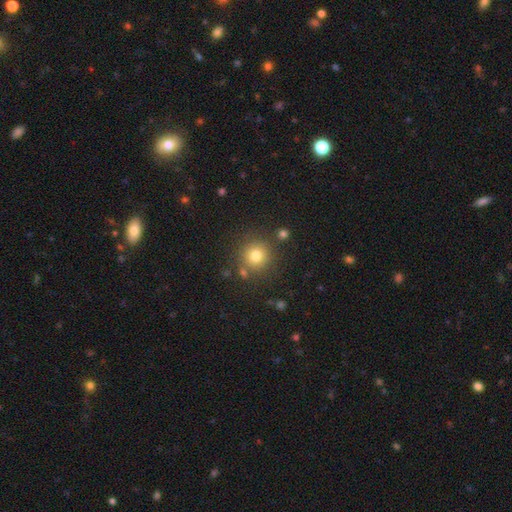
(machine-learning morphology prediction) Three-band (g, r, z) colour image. It shows a smooth galaxy with no disk features (79%) that is round (93%). Merging: none (82%).